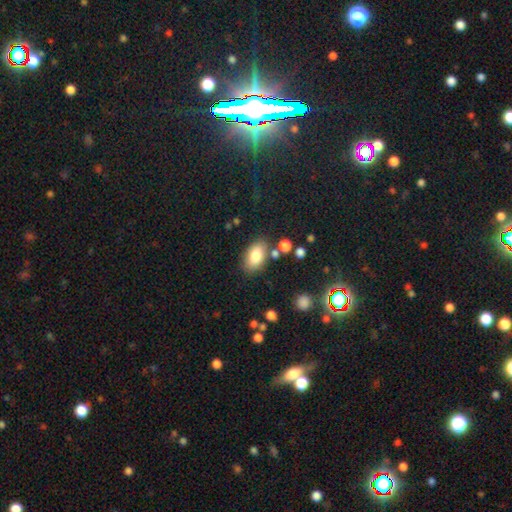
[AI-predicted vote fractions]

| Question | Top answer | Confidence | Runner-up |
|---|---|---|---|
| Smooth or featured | smooth | 82% | featured or disk (10%) |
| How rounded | in between | 90% | round (8%) |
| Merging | none | 76% | minor disturbance (13%) |